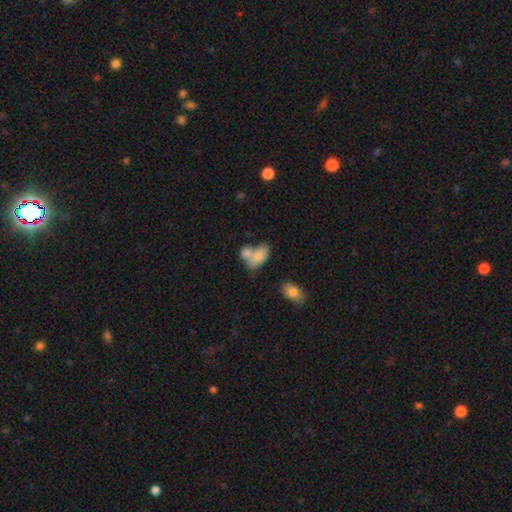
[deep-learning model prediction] This appears to be a smooth galaxy with no disk features (77%) that is in between round and cigar-shaped (88%). Merging: merger (57%).